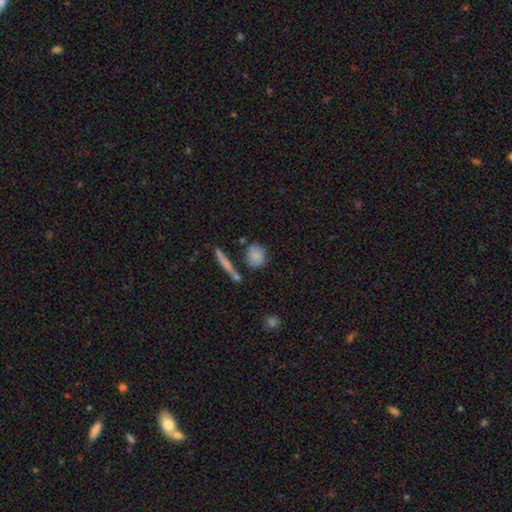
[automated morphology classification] smooth_or_featured: smooth (p=0.77) [alt: featured or disk p=0.15]
how_rounded: round (p=0.60) [alt: in between p=0.33]
merging: none (p=0.62) [alt: minor disturbance p=0.17]